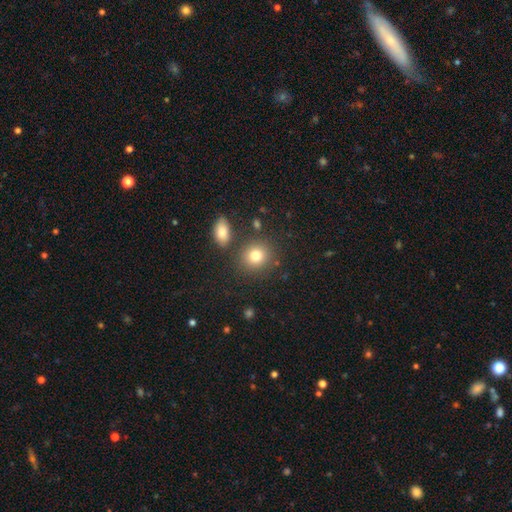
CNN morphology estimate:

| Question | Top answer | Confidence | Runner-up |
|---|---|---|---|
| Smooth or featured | smooth | 80% | star or artifact (12%) |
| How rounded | round | 82% | in between (17%) |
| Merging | none | 82% | minor disturbance (8%) |